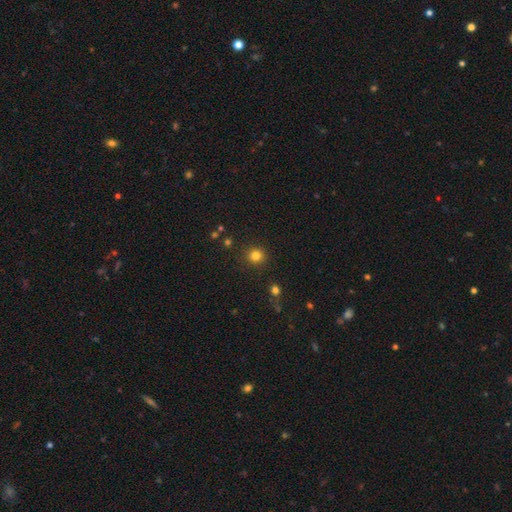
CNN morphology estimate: Smooth or featured?
  - smooth: 81% *
  - star or artifact: 14%
  - featured or disk: 5%
How rounded?
  - round: 91% *
  - in between: 8%
  - cigar-shaped: 1%
Merging?
  - none: 89% *
  - minor disturbance: 7%
  - major disturbance: 3%
  - merger: 2%